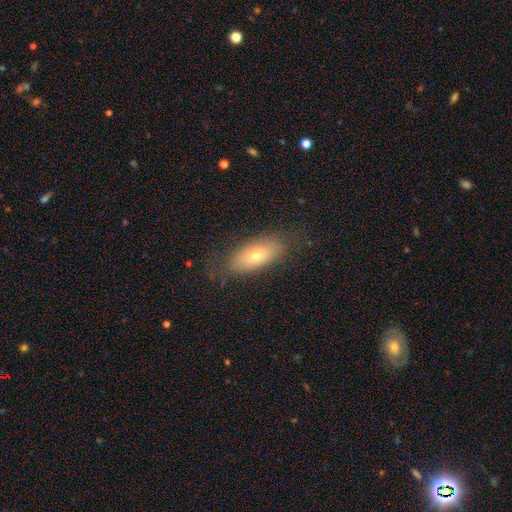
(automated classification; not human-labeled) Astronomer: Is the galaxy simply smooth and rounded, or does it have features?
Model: smooth — 68%.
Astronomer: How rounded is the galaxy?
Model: in between — 77%.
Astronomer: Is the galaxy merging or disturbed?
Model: none — 79%.